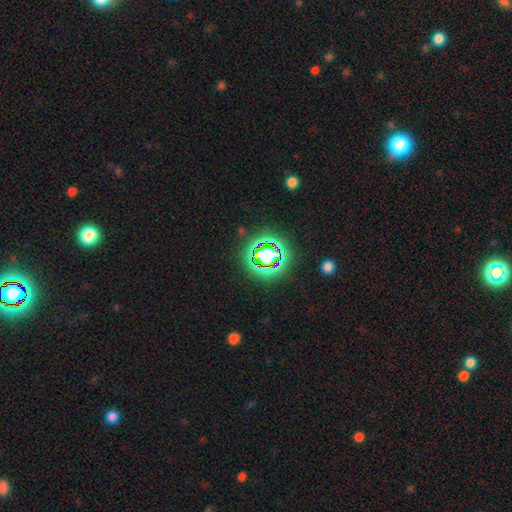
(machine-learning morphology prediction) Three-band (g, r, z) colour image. It shows a star or artifact, not a galaxy (79%).